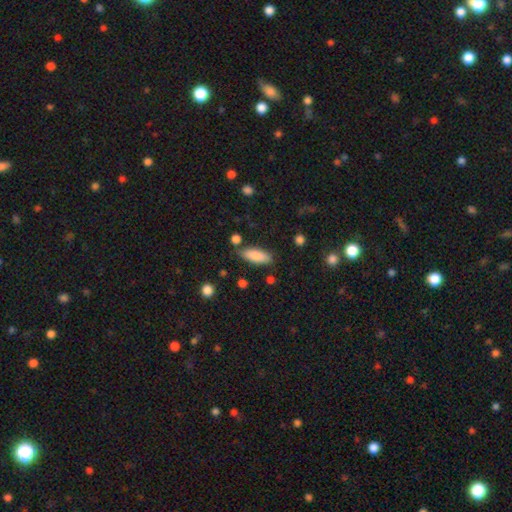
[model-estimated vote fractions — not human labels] smooth-or-featured: smooth: 85% | featured or disk: 8% | star or artifact: 7%
  how-rounded: in between: 75% | cigar-shaped: 24% | round: 2%
  merging: none: 78% | minor disturbance: 14% | merger: 5% | major disturbance: 3%